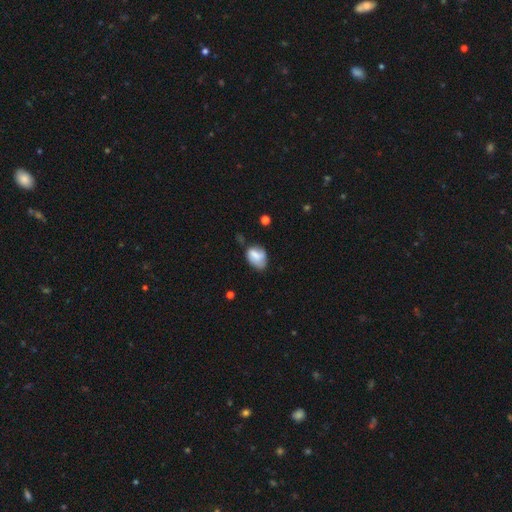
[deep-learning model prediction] The model was most divided on "merging": none: 41%, minor disturbance: 37%, major disturbance: 15%, merger: 7%. More confident: how rounded — in between (81%); smooth or featured — smooth (71%).